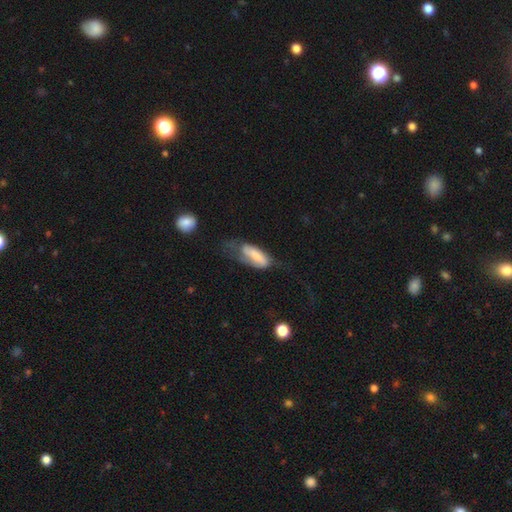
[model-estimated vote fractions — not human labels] Overall: smooth (63%; featured or disk 31%). How rounded: in between (72%). Merging: major disturbance (40%; minor disturbance 29%).